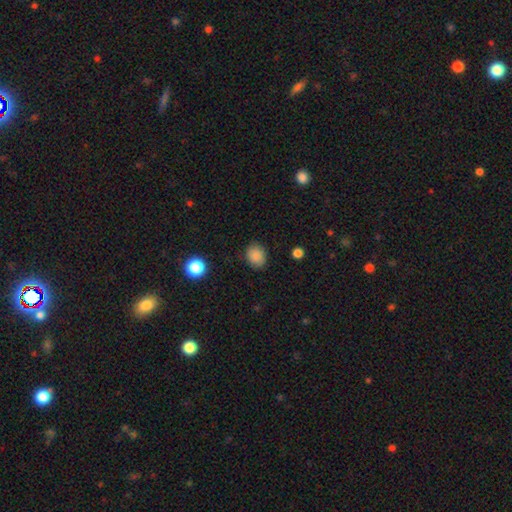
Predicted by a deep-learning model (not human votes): Morphology: type=smooth (87%); roundness=round (54%); merging=none (84%).